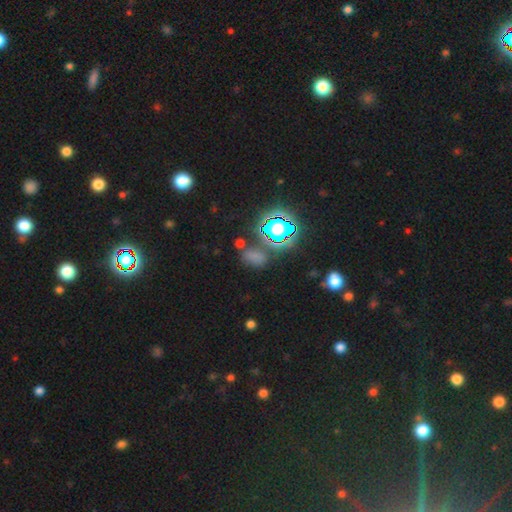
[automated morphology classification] Q: Smooth or featured?
A: smooth (50%); runner-up: star or artifact (41%)
Q: Merging?
A: none (66%); runner-up: minor disturbance (16%)